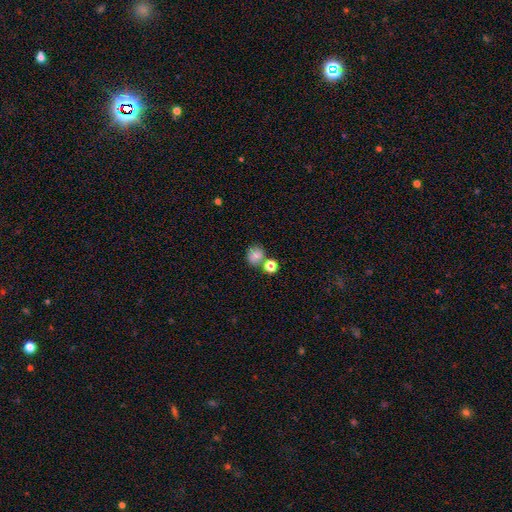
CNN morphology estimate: A smooth galaxy with no disk features (80%) that is round (76%).

Vote fractions:
- Smooth or featured? smooth: 80% / star or artifact: 11% / featured or disk: 8%
- How rounded? round: 76% / in between: 23% / cigar-shaped: 1%
- Merging? none: 56% / merger: 27% / minor disturbance: 12% / major disturbance: 5%